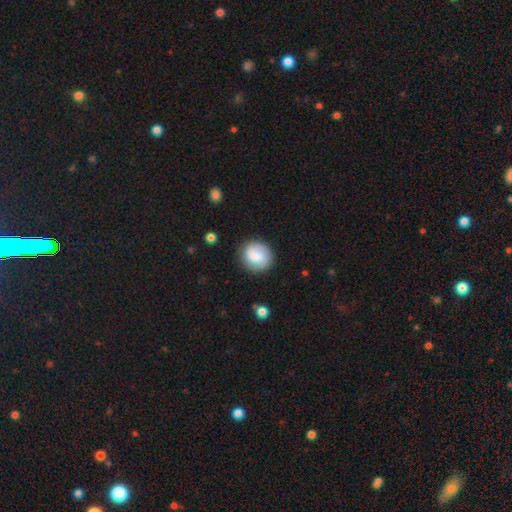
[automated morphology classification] smooth_or_featured: smooth (p=0.75) [alt: featured or disk p=0.18]
how_rounded: round (p=0.83) [alt: in between p=0.16]
merging: none (p=0.82) [alt: minor disturbance p=0.12]